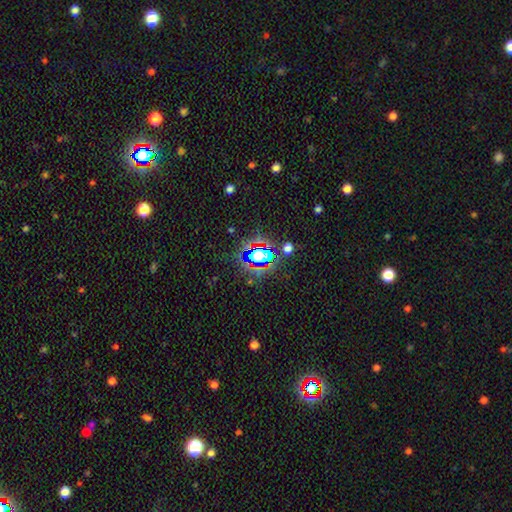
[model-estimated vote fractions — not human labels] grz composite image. It shows a star or artifact, not a galaxy (62%).